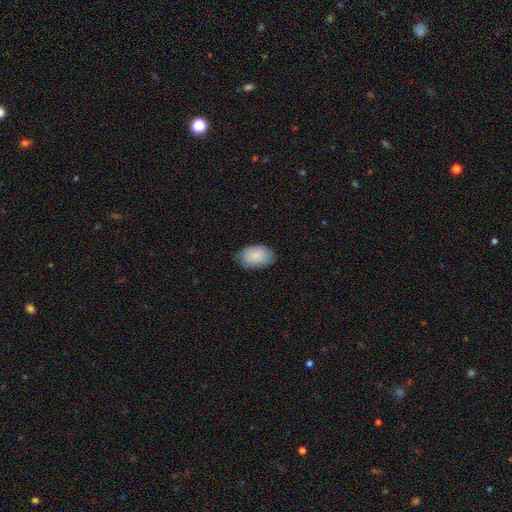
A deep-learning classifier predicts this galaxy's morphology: smooth_or_featured: smooth (p=0.85) [alt: featured or disk p=0.09]
how_rounded: in between (p=0.90) [alt: round p=0.09]
merging: none (p=0.74) [alt: minor disturbance p=0.21]